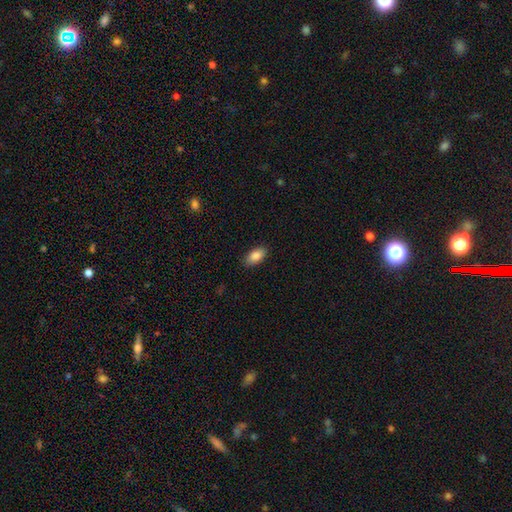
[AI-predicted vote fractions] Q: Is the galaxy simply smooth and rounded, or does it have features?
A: smooth — 88%.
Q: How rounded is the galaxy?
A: in between — 92%.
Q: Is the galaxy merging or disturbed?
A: none — 87%.